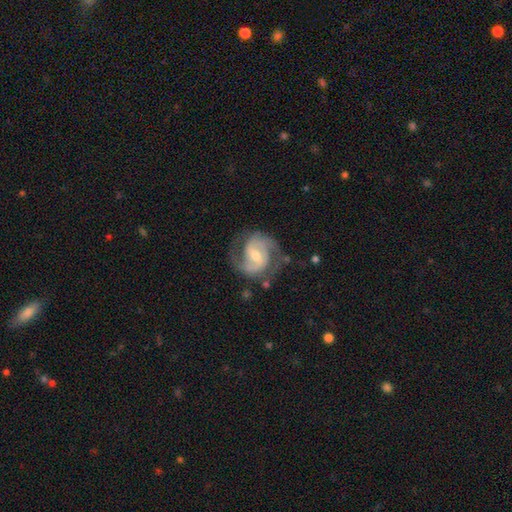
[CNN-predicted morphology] smooth_or_featured: featured or disk (p=0.88) [alt: smooth p=0.07]
disk_edge_on: no (p=0.98) [alt: yes p=0.02]
bar: weak (p=0.52) [alt: no p=0.26]
has_spiral_arms: yes (p=0.97) [alt: no p=0.03]
spiral_winding: medium (p=0.55) [alt: tight p=0.29]
spiral_arm_count: 2 (p=0.88) [alt: can't tell p=0.04]
bulge_size: moderate (p=0.57) [alt: small p=0.37]
merging: none (p=0.71) [alt: minor disturbance p=0.18]